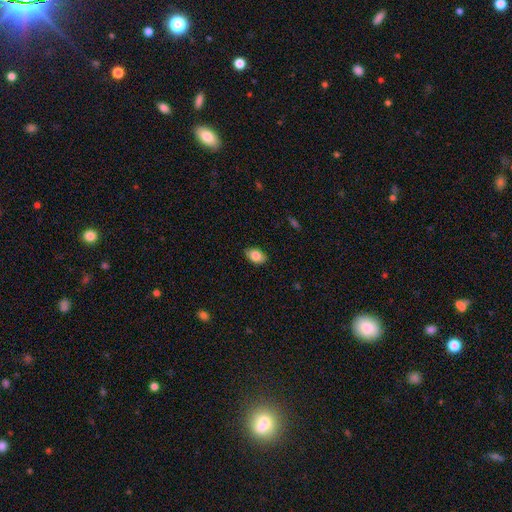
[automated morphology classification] Q: Smooth or featured?
A: smooth (83%); runner-up: featured or disk (9%)
Q: How rounded?
A: in between (86%); runner-up: round (13%)
Q: Merging?
A: none (85%); runner-up: minor disturbance (12%)